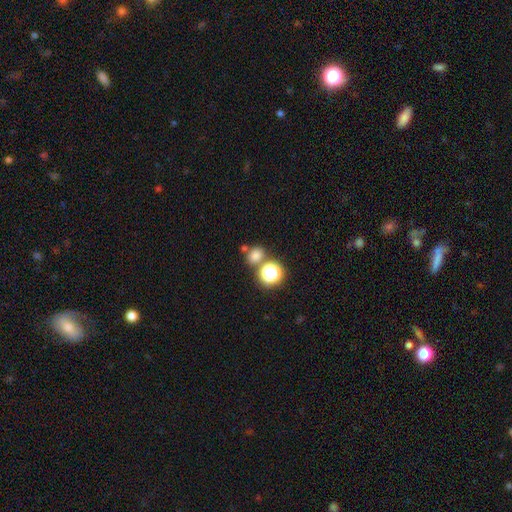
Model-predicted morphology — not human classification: smooth_or_featured: smooth (p=0.73) [alt: star or artifact p=0.21]
how_rounded: round (p=0.68) [alt: in between p=0.31]
merging: none (p=0.66) [alt: merger p=0.21]